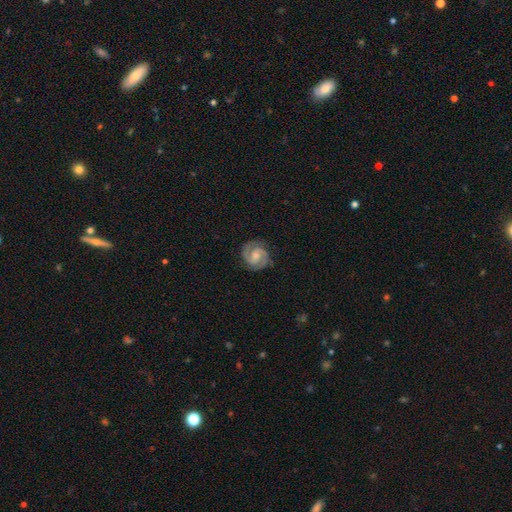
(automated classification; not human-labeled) Smooth or featured?
  - featured or disk: 86% *
  - smooth: 9%
  - star or artifact: 5%
Edge-on disk?
  - no: 98% *
  - yes: 2%
Bar?
  - weak: 49% *
  - no: 37%
  - strong: 14%
Spiral arms?
  - yes: 97% *
  - no: 3%
Spiral winding?
  - tight: 49% *
  - medium: 44%
  - loose: 7%
Spiral arm count?
  - 2: 91% *
  - can't tell: 3%
  - 3: 2%
  - 1: 1%
  - 4: 1%
  - more than 4: 1%
Bulge size?
  - moderate: 46% *
  - small: 36%
  - none: 12%
  - large: 5%
  - dominant: 1%
Merging?
  - none: 84% *
  - minor disturbance: 12%
  - major disturbance: 3%
  - merger: 1%